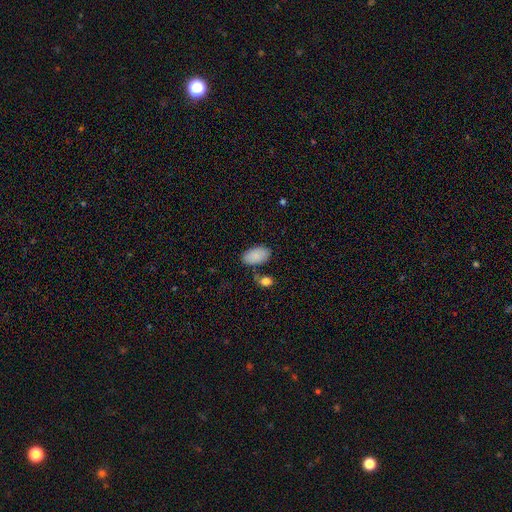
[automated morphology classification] smooth 88%, star or artifact 6%, featured or disk 5%. Down the decision tree: how rounded — in between (95%); merging — none (76%).